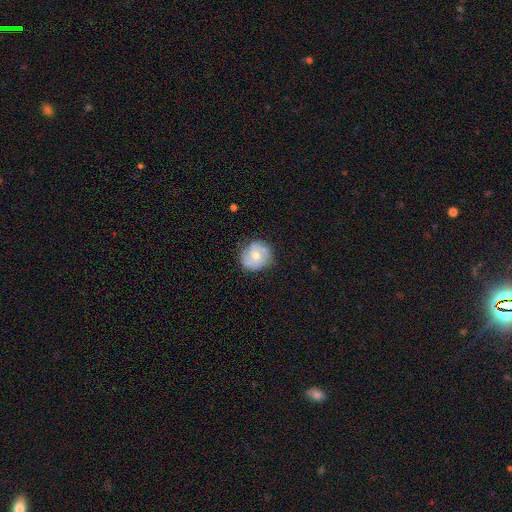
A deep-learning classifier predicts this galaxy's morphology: Smooth or featured? Predicted: featured or disk (p=0.52). Edge-on disk? Predicted: no (p=0.97). Bar? Predicted: no (p=0.74). Spiral arms? Predicted: yes (p=0.75). Bulge size? Predicted: moderate (p=0.61). Merging? Predicted: none (p=0.77).